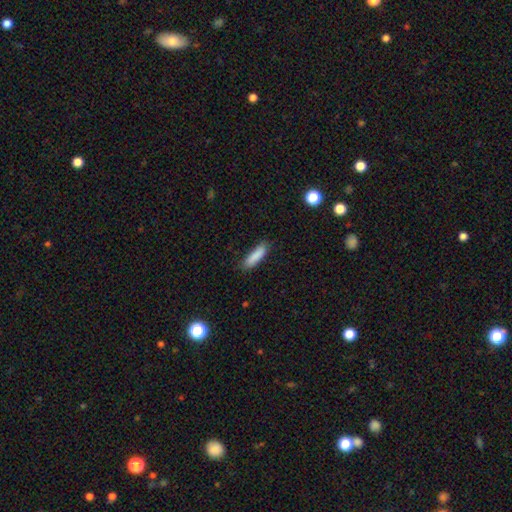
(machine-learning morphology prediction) A smooth galaxy with no disk features (87%) that is cigar-shaped (64%).

Vote fractions:
- Smooth or featured? smooth: 87% / star or artifact: 7% / featured or disk: 6%
- How rounded? cigar-shaped: 64% / in between: 34% / round: 2%
- Merging? none: 80% / minor disturbance: 15% / major disturbance: 3% / merger: 1%